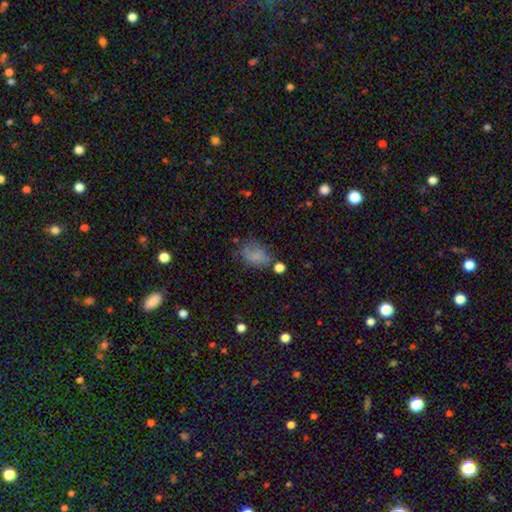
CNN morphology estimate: A smooth galaxy with no disk features (65%) that is in between round and cigar-shaped (79%). Merging: none (43%).